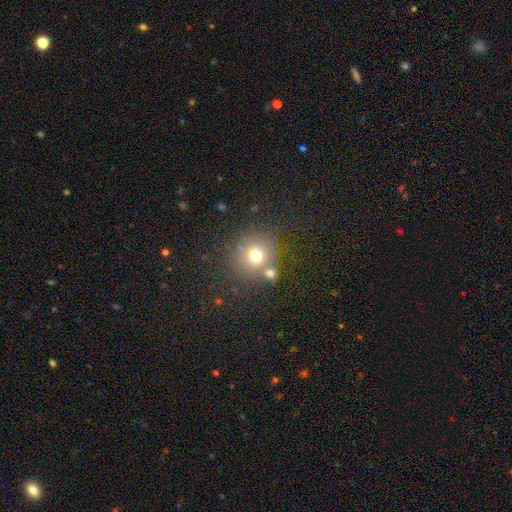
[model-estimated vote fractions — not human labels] Morphology: type=smooth (71%); roundness=round (86%); merging=none (66%).